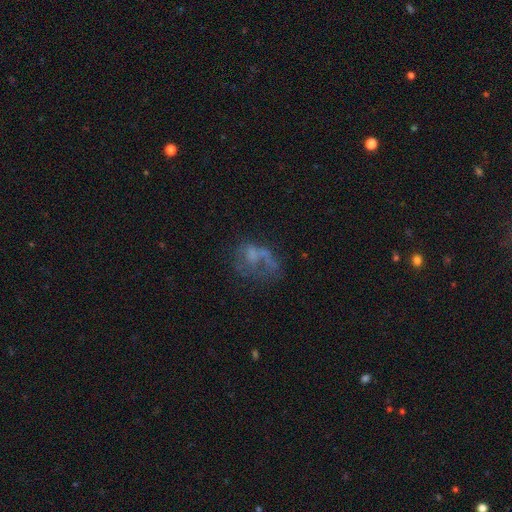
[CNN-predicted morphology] Overall: featured or disk (47%; smooth 34%). Merging: major disturbance (39%; none 32%).